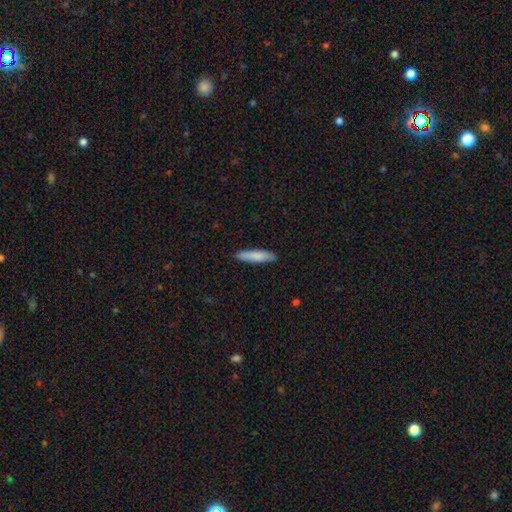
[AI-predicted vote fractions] This is clearly a smooth galaxy (83%). How rounded: clearly cigar-shaped (83%). Merging: clearly none (88%).